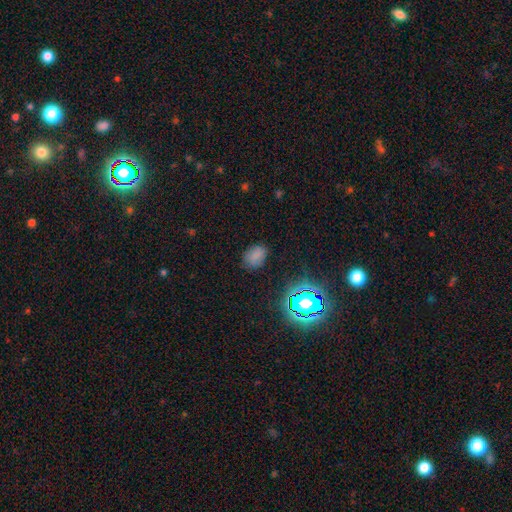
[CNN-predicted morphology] type=smooth (71%); roundness=in between (77%); merging=none (79%).